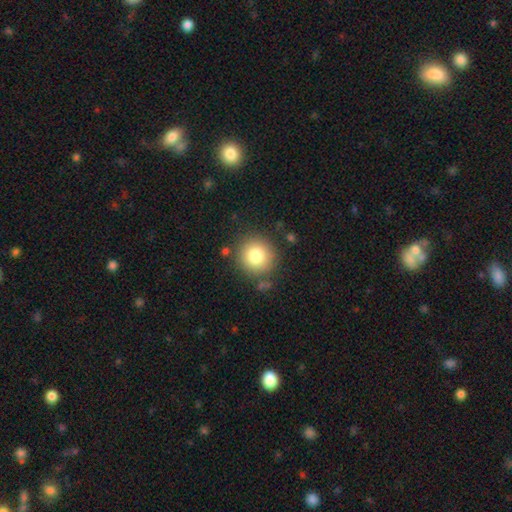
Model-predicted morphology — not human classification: A smooth galaxy with no disk features (81%) that is round (94%). Merging: none (85%).